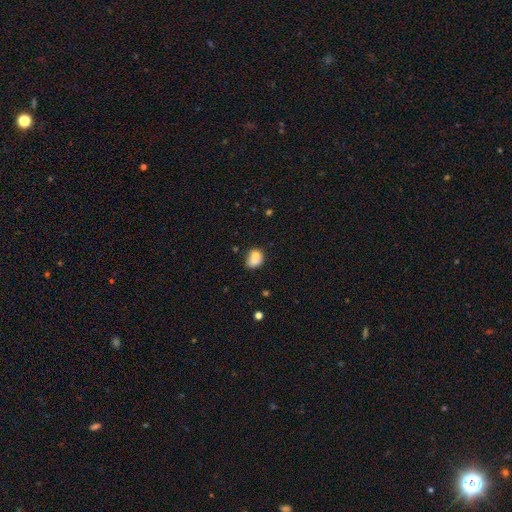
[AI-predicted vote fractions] A smooth galaxy with no disk features (70%) that is round (52%). Merging: merger (46%).